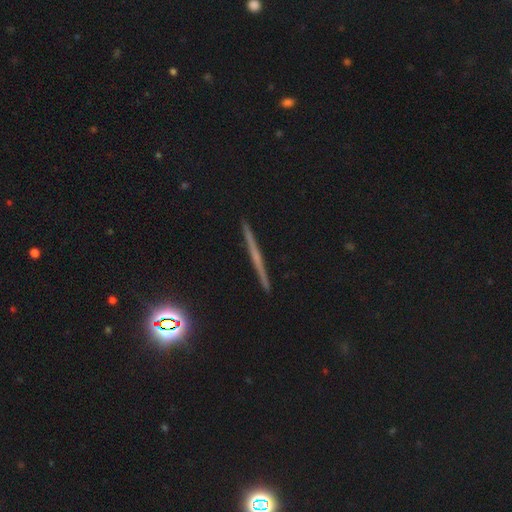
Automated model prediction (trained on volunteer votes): Smooth or featured? Predicted: featured or disk (p=0.61). Edge-on disk? Predicted: yes (p=0.97). Edge-on bulge? Predicted: none (p=0.72). Merging? Predicted: none (p=0.92).